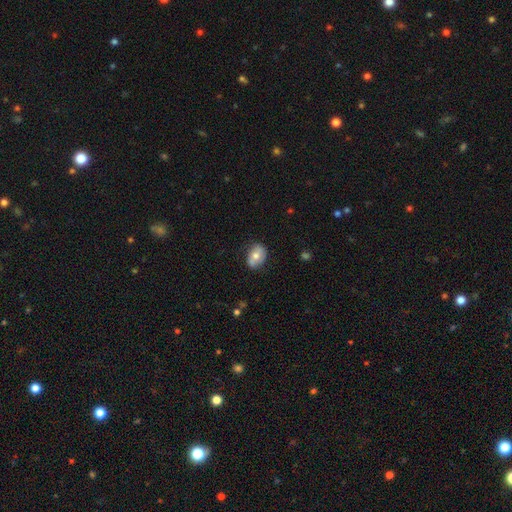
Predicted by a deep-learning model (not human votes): Overall: smooth (63%; featured or disk 30%). How rounded: in between (71%). Merging: none (69%).